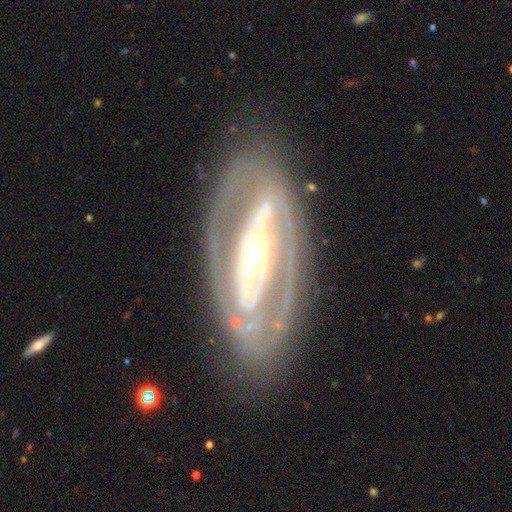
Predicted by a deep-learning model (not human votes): Overall: featured or disk (86%). Edge-on disk: no (90%). Bar: strong (48%; no 30%). Spiral arms: yes (69%; no 31%). Spiral arm count: 2 (73%). Spiral winding: tight (54%; medium 34%). Bulge size: moderate (46%; small 45%). Merging: none (80%).